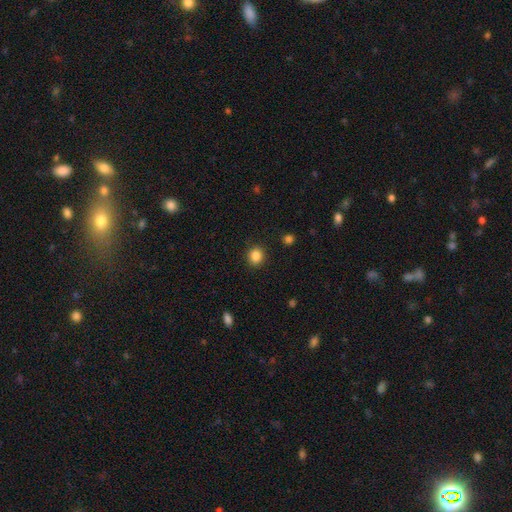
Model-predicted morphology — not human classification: smooth 86%, star or artifact 10%, featured or disk 4%. Down the decision tree: how rounded — round (80%); merging — none (90%).